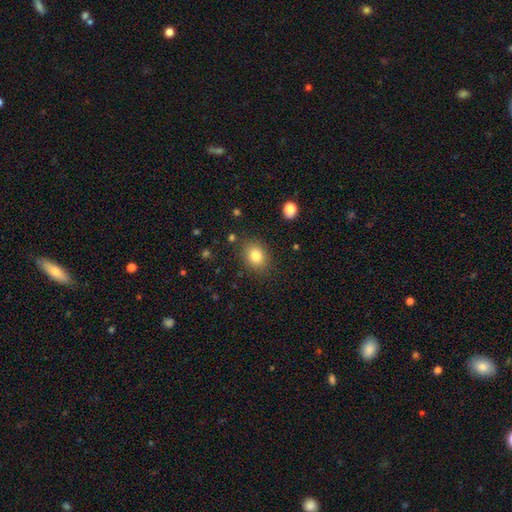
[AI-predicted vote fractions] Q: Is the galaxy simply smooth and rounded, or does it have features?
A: smooth — 82%.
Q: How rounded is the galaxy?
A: in between — 56%.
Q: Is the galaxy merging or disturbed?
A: none — 83%.